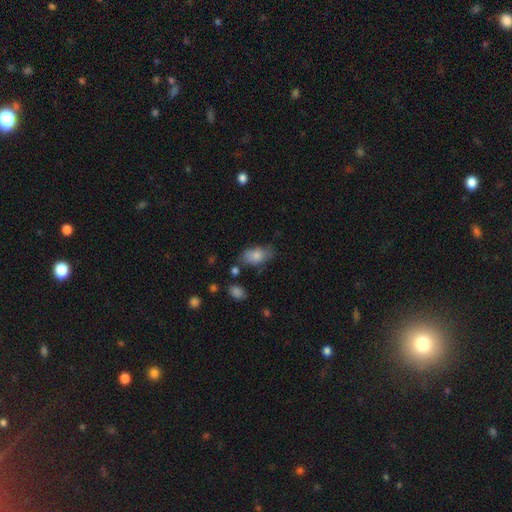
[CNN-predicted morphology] Smooth or featured: smooth — 79% (featured or disk — 13%)
How rounded: in between — 90% (round — 6%)
Merging: none — 62% (minor disturbance — 26%)